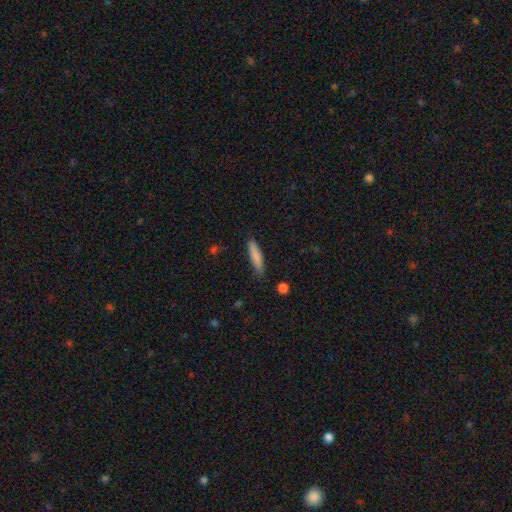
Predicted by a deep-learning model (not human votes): Smooth or featured: smooth — 83% (featured or disk — 11%)
How rounded: cigar-shaped — 81% (in between — 18%)
Merging: none — 80% (minor disturbance — 16%)